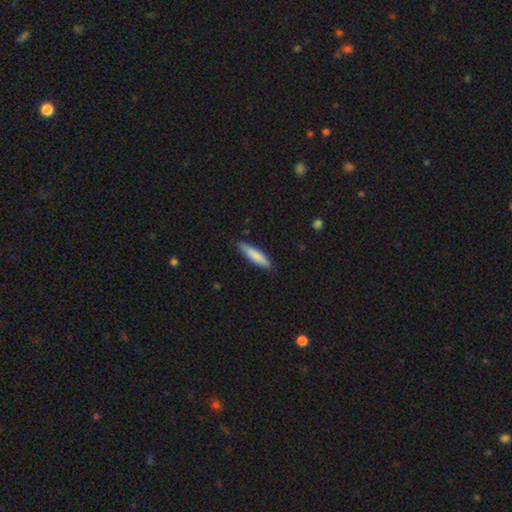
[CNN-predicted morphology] smooth-or-featured: smooth: 80% | featured or disk: 15% | star or artifact: 5%
  how-rounded: cigar-shaped: 80% | in between: 18% | round: 1%
  merging: none: 84% | minor disturbance: 13% | major disturbance: 2% | merger: 1%